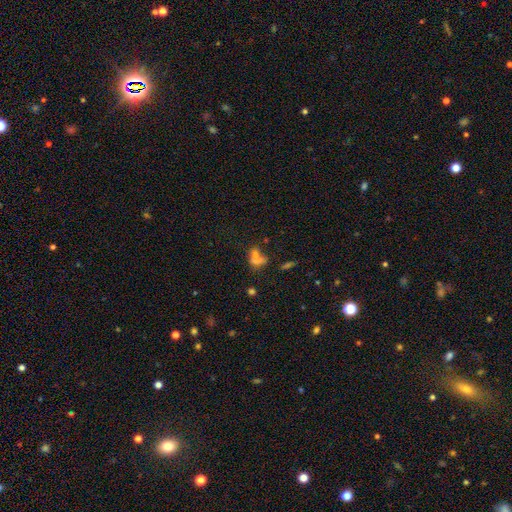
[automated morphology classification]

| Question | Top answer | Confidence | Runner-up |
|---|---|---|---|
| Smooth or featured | smooth | 57% | star or artifact (24%) |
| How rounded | in between | 50% | round (40%) |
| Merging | merger | 39% | none (37%) |